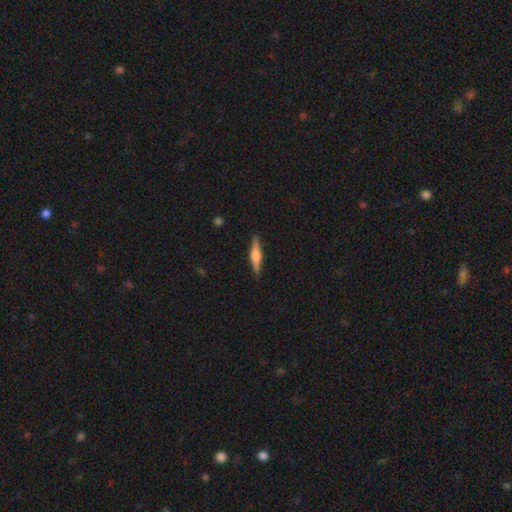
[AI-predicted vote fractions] A featured or disk galaxy (64%) viewed edge-on (98%) with a rounded central bulge (81%).

Vote fractions:
- Smooth or featured? featured or disk: 64% / smooth: 30% / star or artifact: 6%
- Edge-on disk? yes: 98% / no: 2%
- Edge-on bulge? rounded: 81% / boxy: 14% / none: 5%
- Merging? none: 90% / minor disturbance: 7% / major disturbance: 2% / merger: 1%